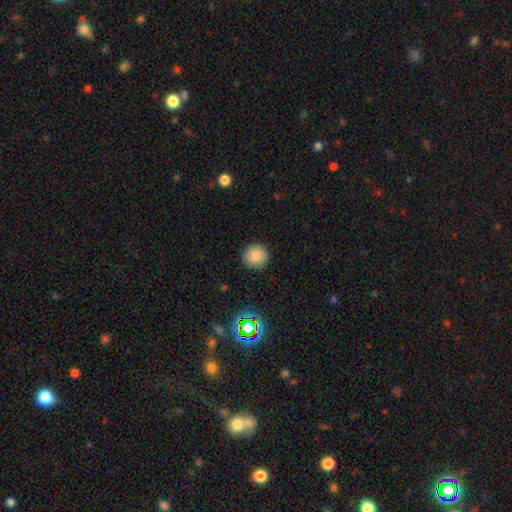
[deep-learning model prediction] This appears to be a smooth galaxy with no disk features (82%) that is round (94%). Merging: none (91%).